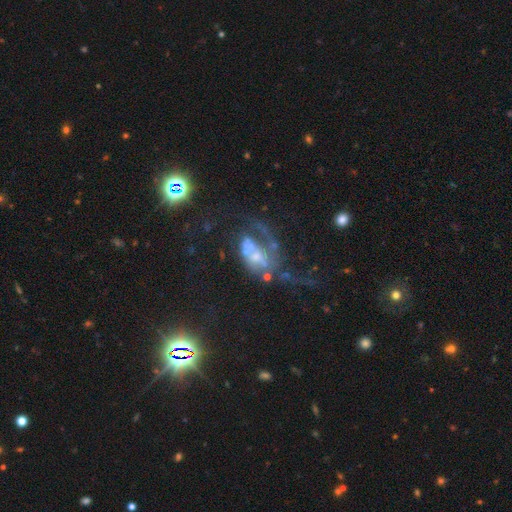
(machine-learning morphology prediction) Overall: featured or disk (63%). Edge-on disk: no (96%). Bar: no (75%). Spiral arms: yes (51%; no 49%). Bulge size: moderate (36%; small 35%). Merging: major disturbance (47%; none 23%).